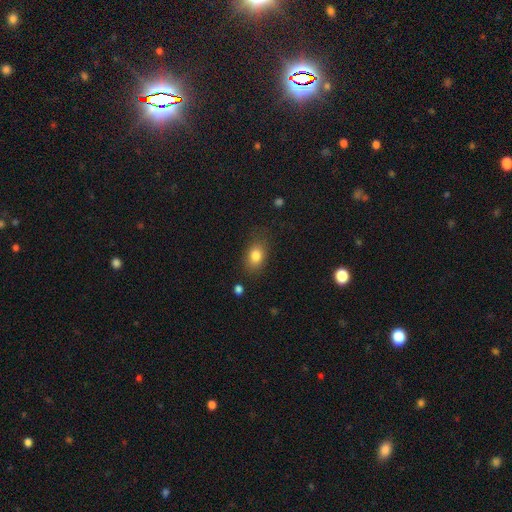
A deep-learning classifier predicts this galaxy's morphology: Q: Smooth or featured?
A: smooth (82%); runner-up: star or artifact (9%)
Q: How rounded?
A: in between (77%); runner-up: round (21%)
Q: Merging?
A: none (78%); runner-up: minor disturbance (16%)